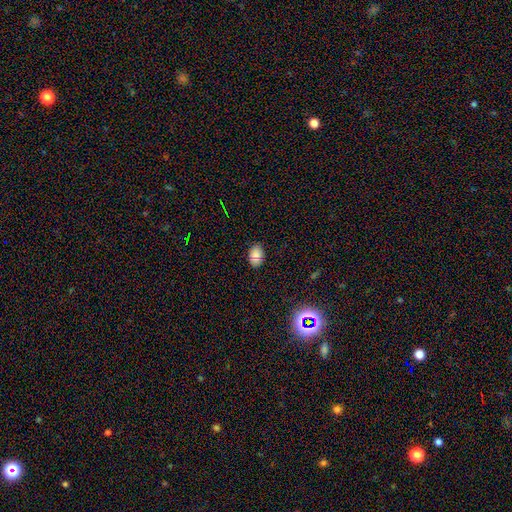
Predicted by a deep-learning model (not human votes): Morphology: type=smooth (83%); roundness=in between (85%); merging=none (85%).